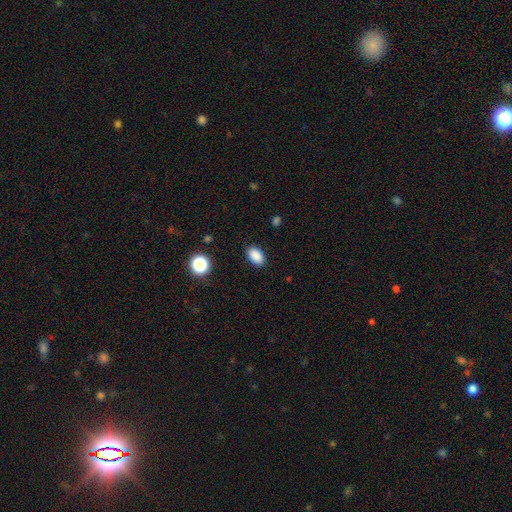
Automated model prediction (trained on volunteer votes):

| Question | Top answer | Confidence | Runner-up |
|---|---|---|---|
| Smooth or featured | smooth | 88% | star or artifact (9%) |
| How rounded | in between | 89% | round (10%) |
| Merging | none | 88% | minor disturbance (8%) |